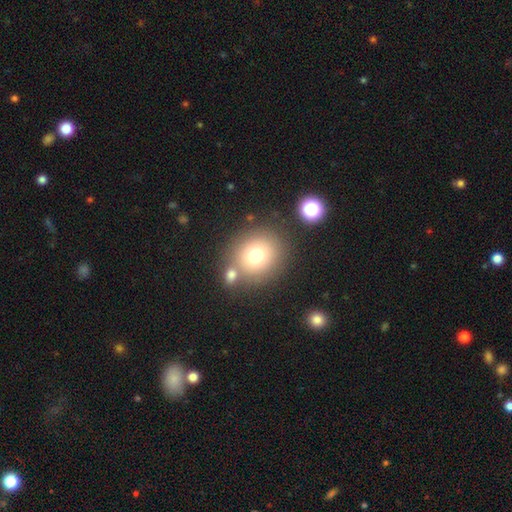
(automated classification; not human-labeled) smooth-or-featured: smooth: 74% | featured or disk: 13% | star or artifact: 12%
  how-rounded: round: 84% | in between: 15% | cigar-shaped: 1%
  merging: none: 67% | merger: 19% | minor disturbance: 10% | major disturbance: 4%